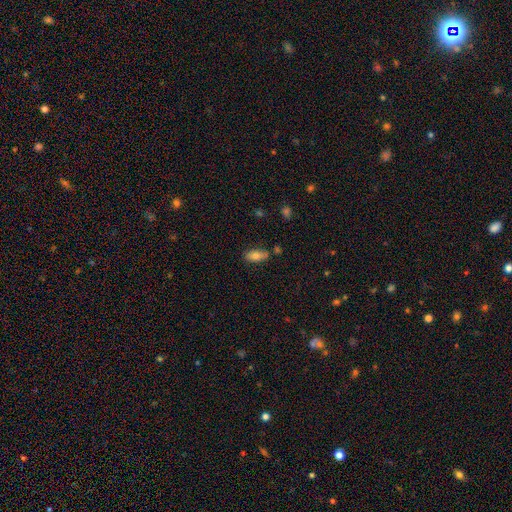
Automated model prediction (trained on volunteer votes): smooth_or_featured: smooth (p=0.76) [alt: featured or disk p=0.16]
how_rounded: in between (p=0.87) [alt: cigar-shaped p=0.10]
merging: none (p=0.73) [alt: minor disturbance p=0.17]